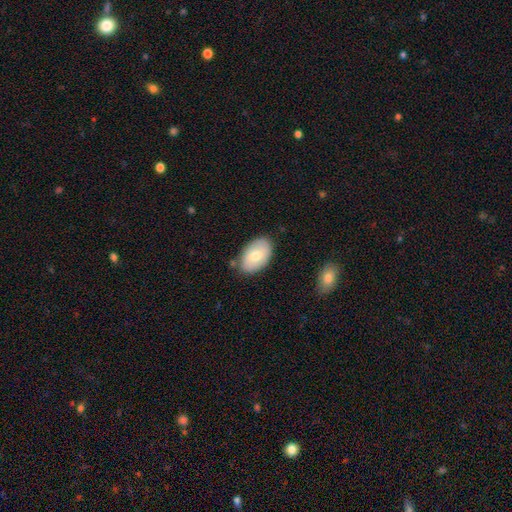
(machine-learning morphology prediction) smooth 69%, featured or disk 25%, star or artifact 6%. Down the decision tree: how rounded — in between (91%); merging — none (79%).